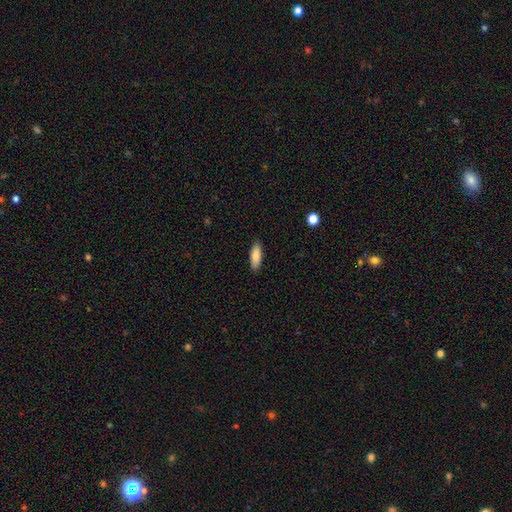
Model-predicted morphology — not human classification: This is clearly a smooth galaxy (86%). How rounded: likely in between (64%). Merging: clearly none (89%).